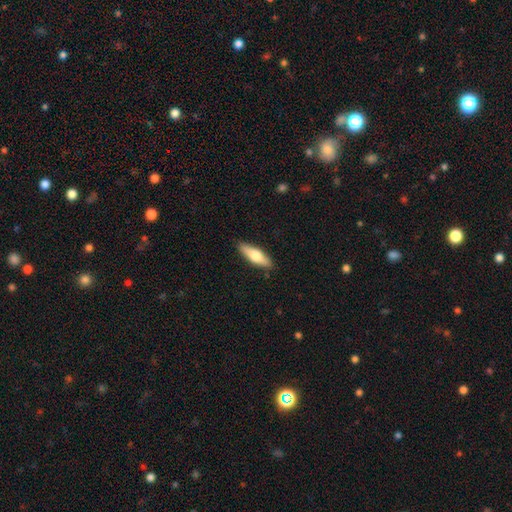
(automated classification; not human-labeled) This appears to be a smooth galaxy with no disk features (61%) that is cigar-shaped (52%). Merging: none (88%).